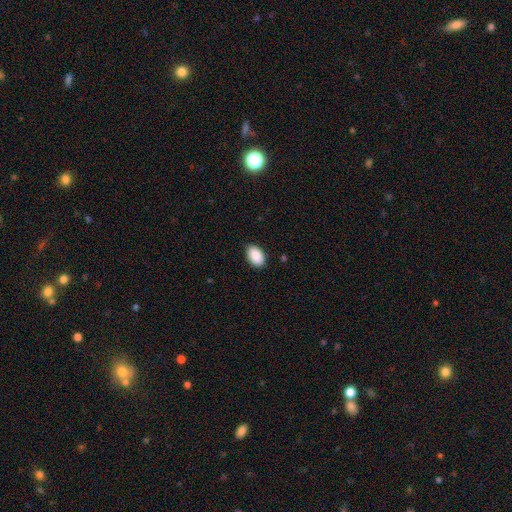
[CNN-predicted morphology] This is clearly a smooth galaxy (91%). How rounded: clearly in between (93%). Merging: clearly none (87%).